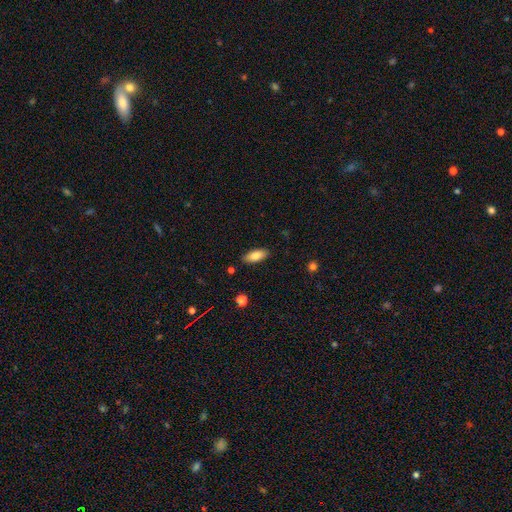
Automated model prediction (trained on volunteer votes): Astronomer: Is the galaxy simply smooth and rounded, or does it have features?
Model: smooth — 83%.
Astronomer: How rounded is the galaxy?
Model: in between — 80%.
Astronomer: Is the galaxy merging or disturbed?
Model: none — 87%.